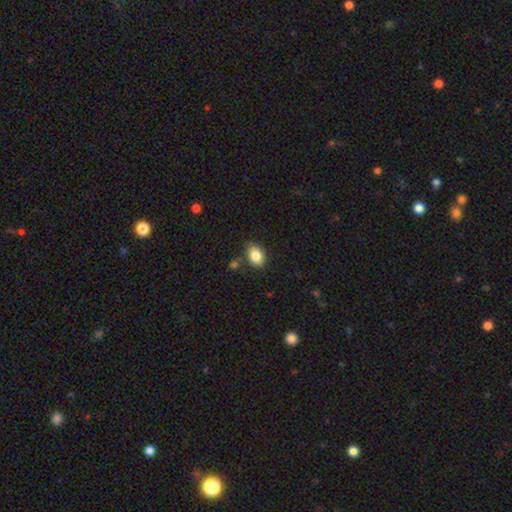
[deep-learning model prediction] smooth_or_featured: smooth (p=0.85) [alt: star or artifact p=0.08]
how_rounded: in between (p=0.81) [alt: round p=0.17]
merging: none (p=0.77) [alt: minor disturbance p=0.14]